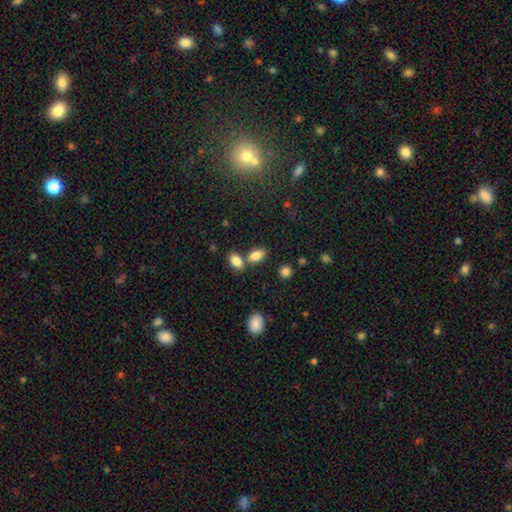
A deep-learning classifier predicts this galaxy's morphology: Smooth or featured? smooth (84%)
How rounded? in between (89%)
Merging? none (59%)